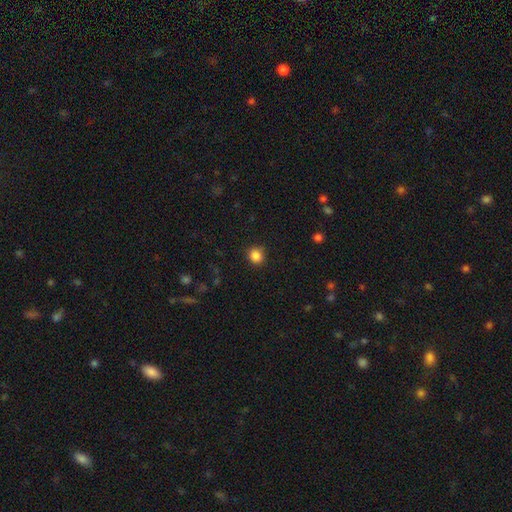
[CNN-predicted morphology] smooth-or-featured: smooth: 86% | star or artifact: 11% | featured or disk: 3%
  how-rounded: round: 85% | in between: 14% | cigar-shaped: 1%
  merging: none: 88% | minor disturbance: 8% | major disturbance: 2% | merger: 1%